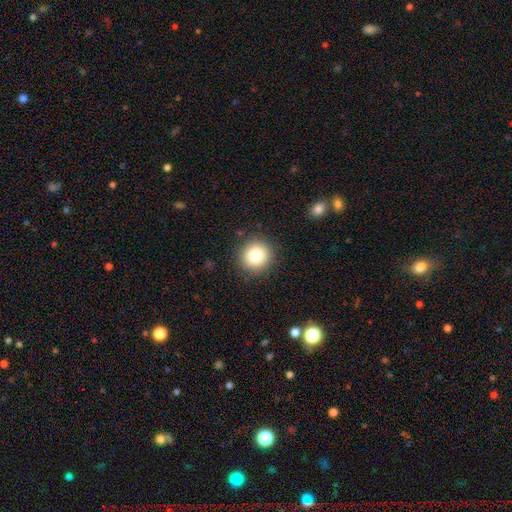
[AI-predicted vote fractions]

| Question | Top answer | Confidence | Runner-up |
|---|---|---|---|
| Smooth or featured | smooth | 79% | star or artifact (11%) |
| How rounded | round | 94% | in between (5%) |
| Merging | none | 90% | minor disturbance (7%) |